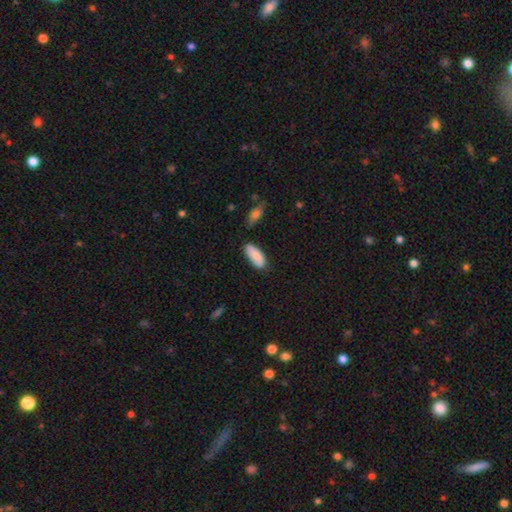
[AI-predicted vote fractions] Smooth or featured: smooth — 85% (featured or disk — 9%)
How rounded: in between — 82% (cigar-shaped — 16%)
Merging: none — 75% (minor disturbance — 18%)